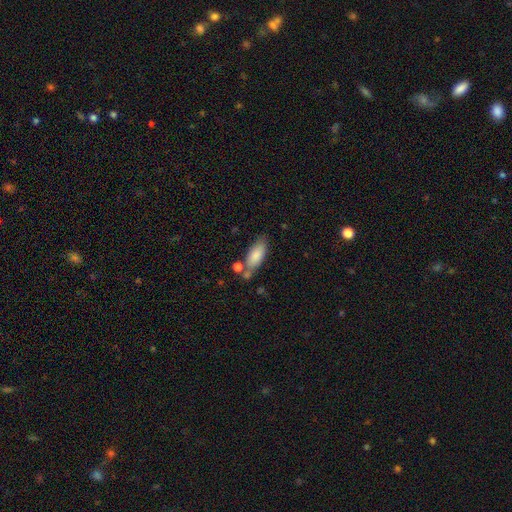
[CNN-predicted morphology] Overall: smooth (82%). How rounded: in between (79%). Merging: none (59%).